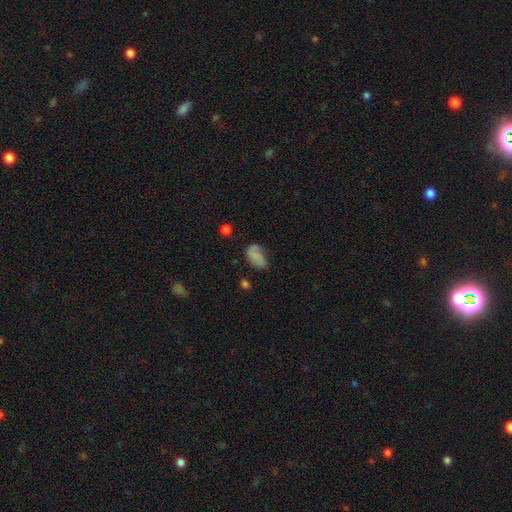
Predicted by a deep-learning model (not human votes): Smooth or featured? Predicted: smooth (p=0.72). How rounded? Predicted: in between (p=0.90). Merging? Predicted: none (p=0.49).